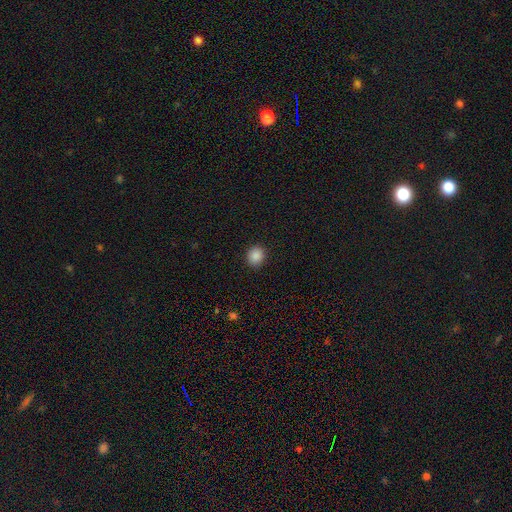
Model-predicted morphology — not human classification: type=smooth (87%); roundness=round (78%); merging=none (91%).